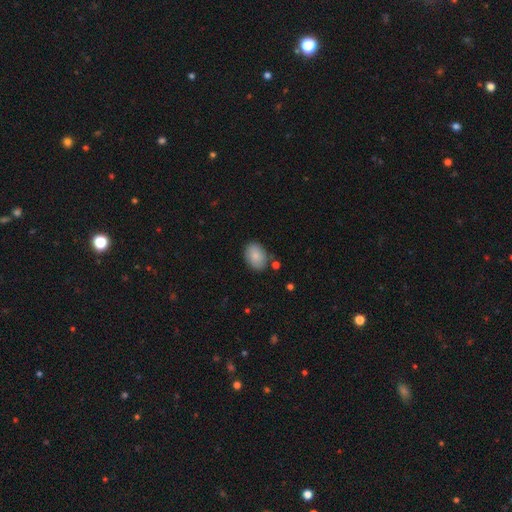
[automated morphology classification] A smooth galaxy with no disk features (87%) that is in between round and cigar-shaped (82%).

Vote fractions:
- Smooth or featured? smooth: 87% / featured or disk: 7% / star or artifact: 7%
- How rounded? in between: 82% / round: 17% / cigar-shaped: 1%
- Merging? none: 79% / minor disturbance: 14% / merger: 4% / major disturbance: 3%